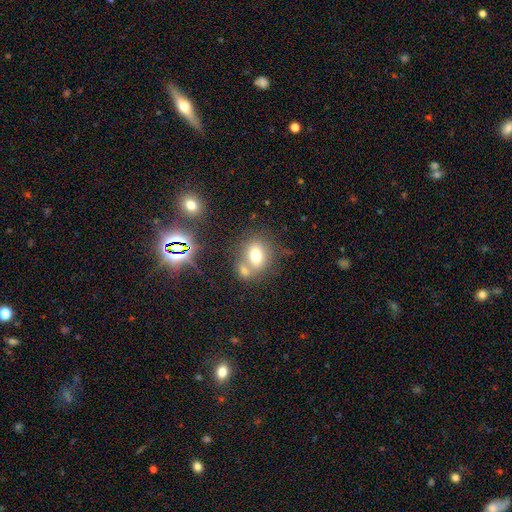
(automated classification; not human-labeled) smooth-or-featured: smooth: 70% | featured or disk: 16% | star or artifact: 14%
  how-rounded: in between: 57% | round: 41% | cigar-shaped: 1%
  merging: none: 46% | merger: 36% | minor disturbance: 12% | major disturbance: 6%